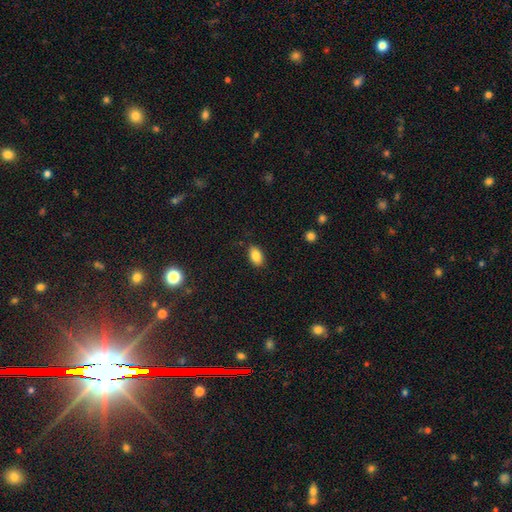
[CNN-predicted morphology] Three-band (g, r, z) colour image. It shows a smooth galaxy with no disk features (85%) that is in between round and cigar-shaped (90%). Merging: none (85%).